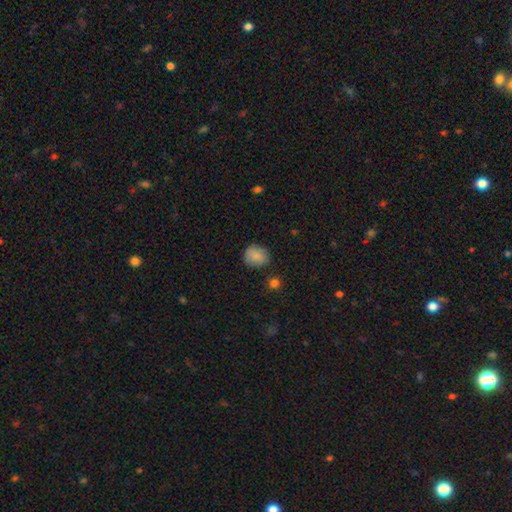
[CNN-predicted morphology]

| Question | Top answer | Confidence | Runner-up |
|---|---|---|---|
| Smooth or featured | smooth | 85% | star or artifact (8%) |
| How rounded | round | 74% | in between (25%) |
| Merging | none | 79% | minor disturbance (15%) |